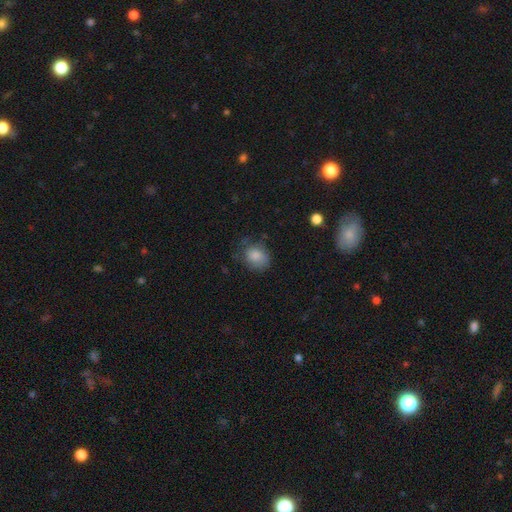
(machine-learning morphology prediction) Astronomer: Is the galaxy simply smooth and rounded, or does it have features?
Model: smooth — 79%.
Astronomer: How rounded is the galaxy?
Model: round — 52% (runner-up: in between, 47%).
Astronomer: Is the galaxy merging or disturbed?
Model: none — 56%.